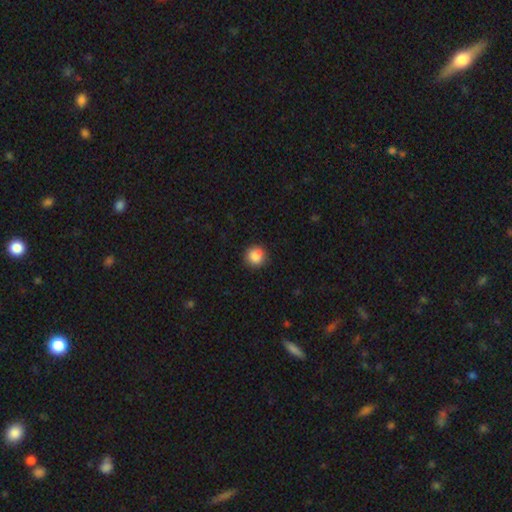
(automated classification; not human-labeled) smooth_or_featured: smooth (p=0.87) [alt: star or artifact p=0.09]
how_rounded: round (p=0.92) [alt: in between p=0.07]
merging: none (p=0.85) [alt: minor disturbance p=0.10]